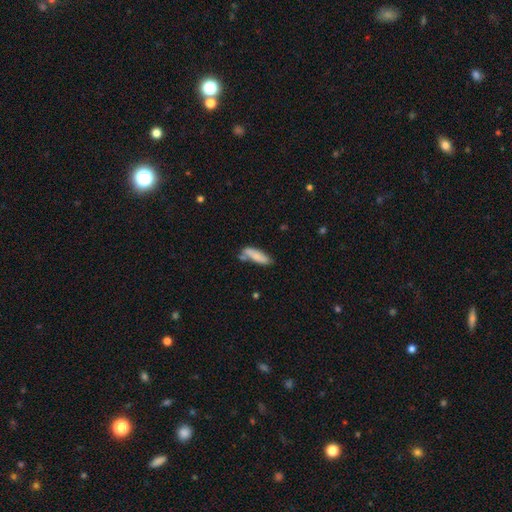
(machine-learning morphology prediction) Overall: smooth (77%). How rounded: cigar-shaped (50%; in between 48%). Merging: none (58%; minor disturbance 22%).